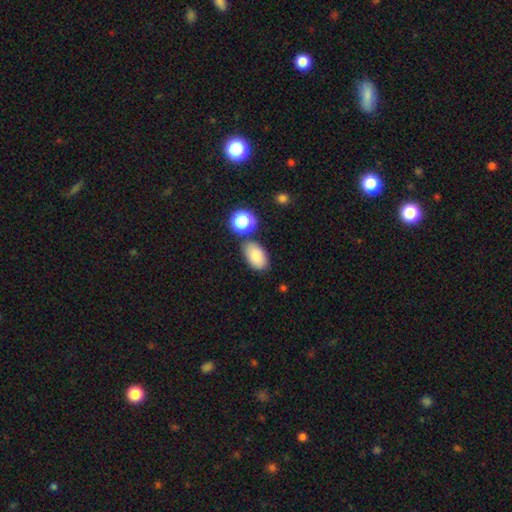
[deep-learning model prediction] smooth_or_featured: smooth (p=0.82) [alt: star or artifact p=0.10]
how_rounded: in between (p=0.91) [alt: round p=0.08]
merging: none (p=0.72) [alt: minor disturbance p=0.15]